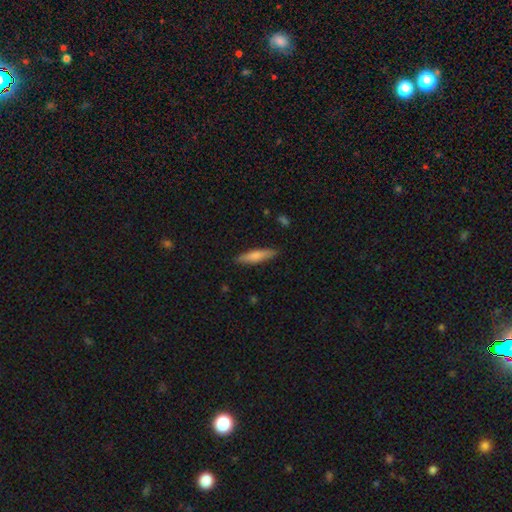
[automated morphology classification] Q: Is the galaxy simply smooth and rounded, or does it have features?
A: smooth — 74%.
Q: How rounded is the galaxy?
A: cigar-shaped — 79%.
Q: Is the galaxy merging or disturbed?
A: none — 88%.